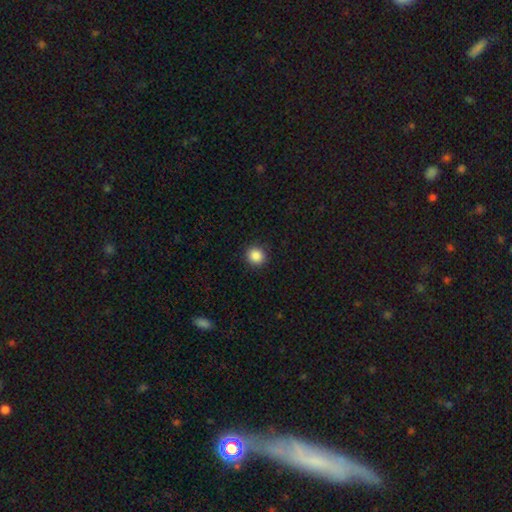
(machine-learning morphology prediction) A smooth galaxy with no disk features (87%) that is round (90%).

Vote fractions:
- Smooth or featured? smooth: 87% / star or artifact: 10% / featured or disk: 3%
- How rounded? round: 90% / in between: 9% / cigar-shaped: 1%
- Merging? none: 92% / minor disturbance: 6% / major disturbance: 2% / merger: 1%